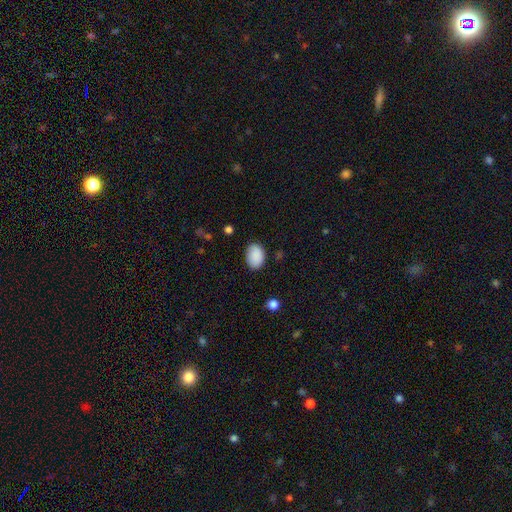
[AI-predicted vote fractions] Smooth or featured? smooth (90%)
How rounded? in between (82%)
Merging? none (85%)